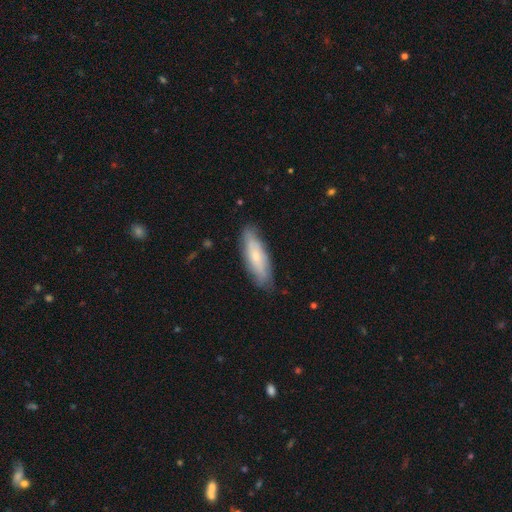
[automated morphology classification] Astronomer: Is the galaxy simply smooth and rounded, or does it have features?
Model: smooth — 59% (runner-up: featured or disk, 35%).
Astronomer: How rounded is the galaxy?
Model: cigar-shaped — 52% (runner-up: in between, 46%).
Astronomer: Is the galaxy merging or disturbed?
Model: none — 81%.